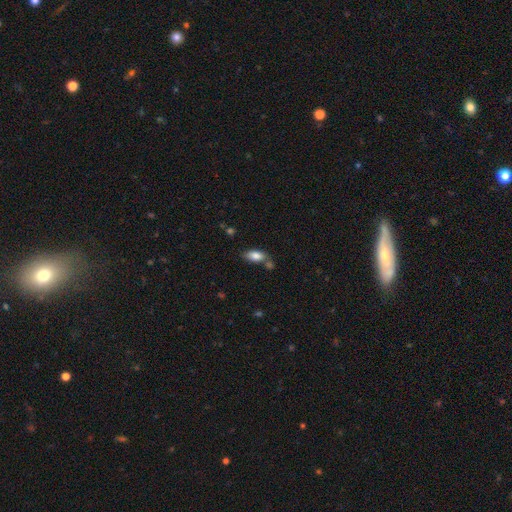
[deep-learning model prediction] Morphology: type=smooth (83%); roundness=in between (89%); merging=none (60%).